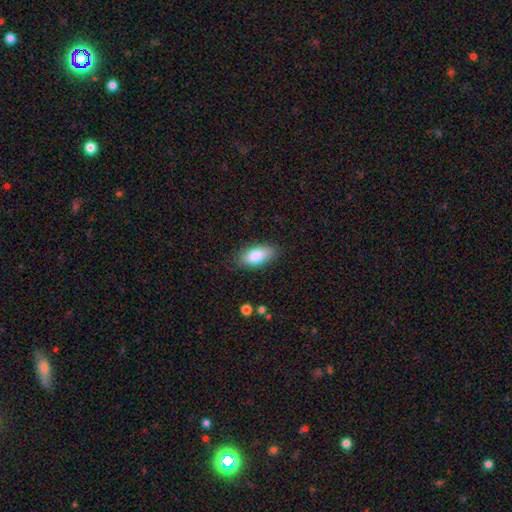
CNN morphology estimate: Smooth or featured? Predicted: smooth (p=0.83). How rounded? Predicted: in between (p=0.90). Merging? Predicted: none (p=0.83).